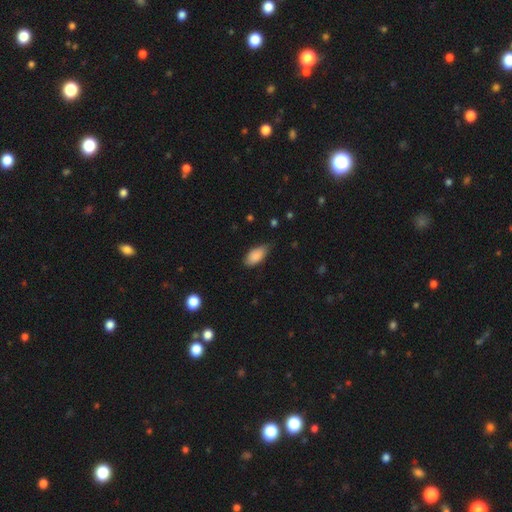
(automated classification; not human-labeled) smooth 87%, featured or disk 7%, star or artifact 6%. Down the decision tree: how rounded — in between (91%); merging — none (65%).